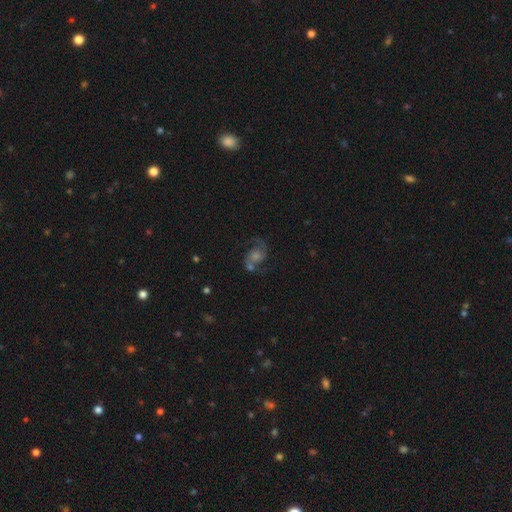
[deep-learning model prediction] smooth-or-featured: featured or disk: 77% | star or artifact: 12% | smooth: 11%
  disk-edge-on: no: 98% | yes: 2%
    bar: no: 64% | weak: 30% | strong: 6%
    has-spiral-arms: yes: 95% | no: 5%
      spiral-winding: medium: 50% | loose: 38% | tight: 12%
      spiral-arm-count: 2: 90% | 1: 3% | can't tell: 3% | 3: 1% | 4: 1% | more than 4: 1%
    bulge-size: moderate: 40% | small: 34% | none: 11% | large: 11% | dominant: 3%
  merging: none: 59% | merger: 17% | minor disturbance: 14% | major disturbance: 10%